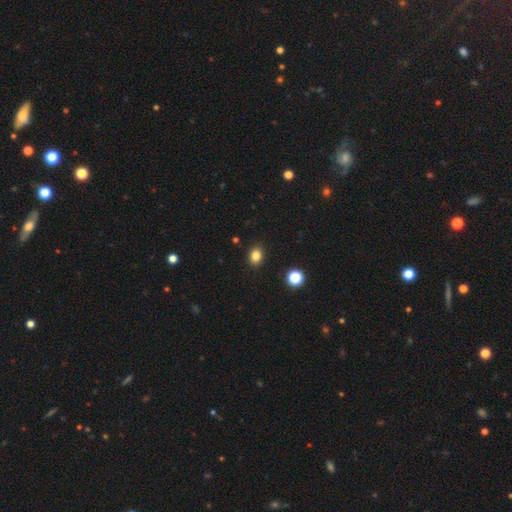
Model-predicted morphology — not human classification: Smooth or featured?
  - smooth: 82% *
  - star or artifact: 12%
  - featured or disk: 5%
How rounded?
  - round: 54% *
  - in between: 45%
  - cigar-shaped: 1%
Merging?
  - none: 90% *
  - minor disturbance: 7%
  - major disturbance: 2%
  - merger: 1%